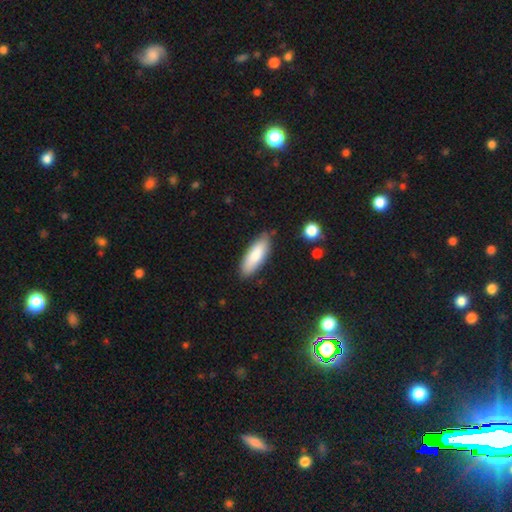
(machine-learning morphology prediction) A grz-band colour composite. It shows a smooth galaxy with no disk features (82%) that is in between round and cigar-shaped (65%). Merging: none (82%).